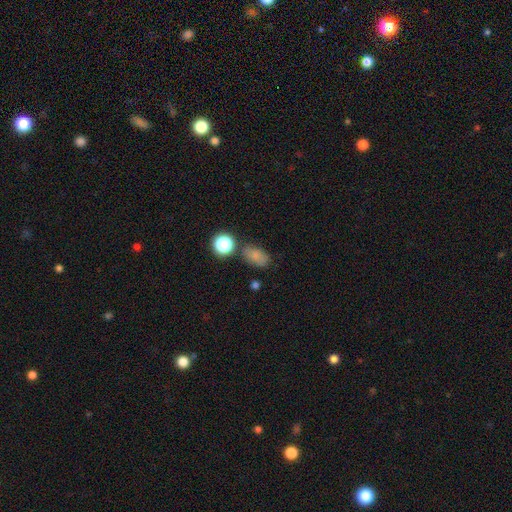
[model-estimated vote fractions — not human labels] smooth_or_featured: smooth (p=0.77) [alt: star or artifact p=0.14]
how_rounded: in between (p=0.82) [alt: round p=0.16]
merging: none (p=0.68) [alt: minor disturbance p=0.19]